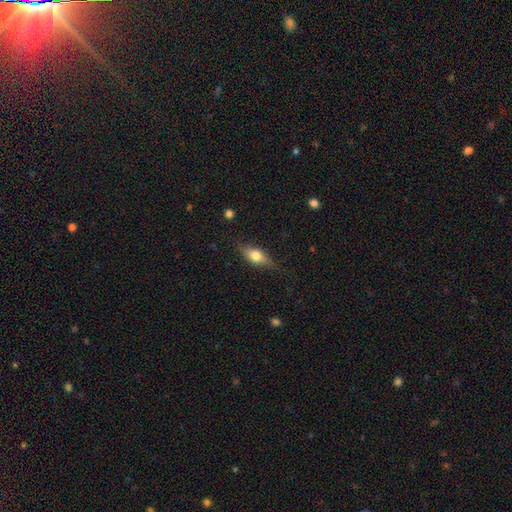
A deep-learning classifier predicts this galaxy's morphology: This appears to be a smooth galaxy with no disk features (59%) that is in between round and cigar-shaped (70%). Merging: none (75%).